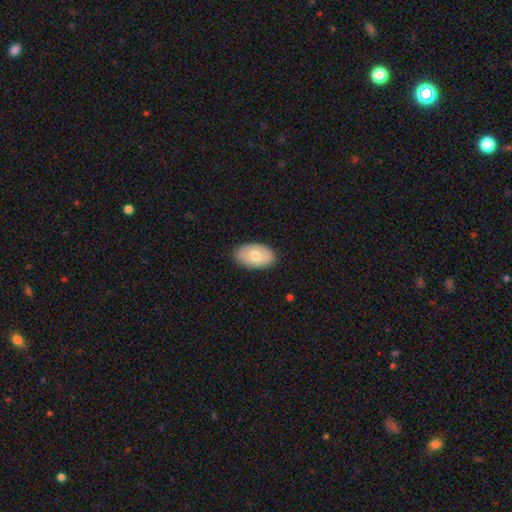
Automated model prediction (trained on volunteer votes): Overall: smooth (71%). How rounded: in between (93%). Merging: none (86%).